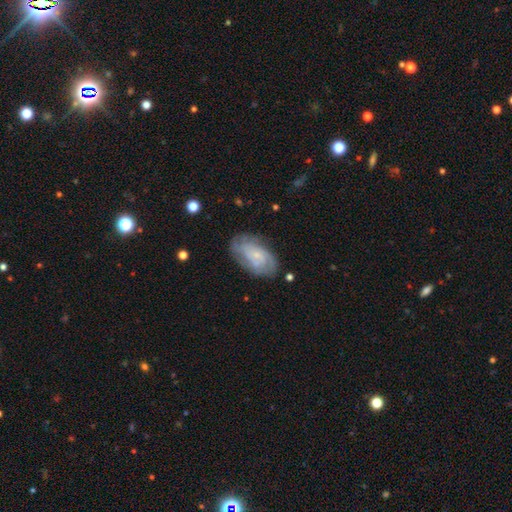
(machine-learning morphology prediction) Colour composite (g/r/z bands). It shows a featured or disk galaxy (68%) with no bar (70%), tight (56%) spiral arms (87%) and a small central bulge (76%). Merging: none (71%).